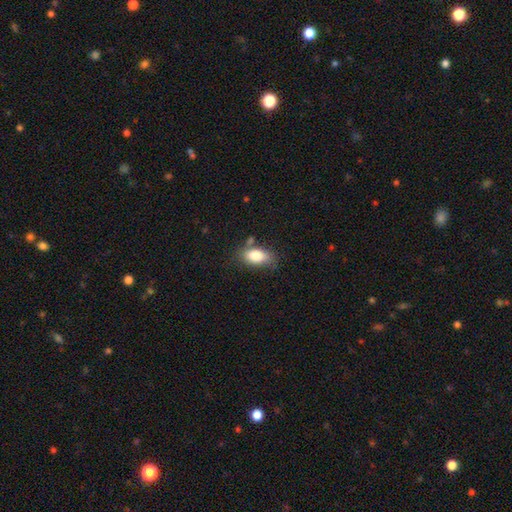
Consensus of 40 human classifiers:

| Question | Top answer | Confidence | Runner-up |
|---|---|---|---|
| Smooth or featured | smooth | 88% | featured or disk (8%) |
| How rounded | in between | 94% | round (6%) |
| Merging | none | 74% | major disturbance (11%) |